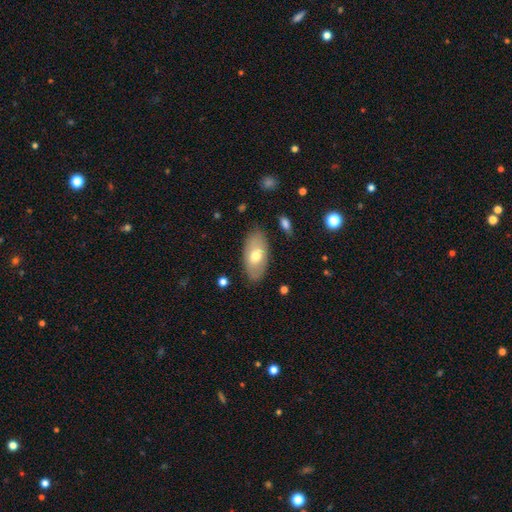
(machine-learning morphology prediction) Overall: smooth (64%; featured or disk 30%). How rounded: in between (93%). Merging: none (83%).